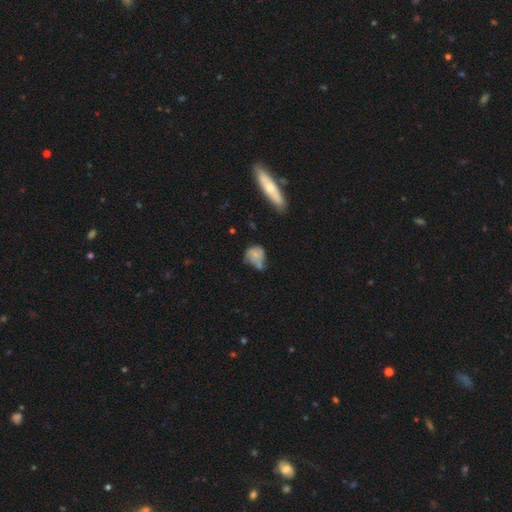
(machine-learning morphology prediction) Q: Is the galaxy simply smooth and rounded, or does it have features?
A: smooth — 63%.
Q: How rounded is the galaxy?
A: round — 55%.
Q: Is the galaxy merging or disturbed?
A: none — 35%.